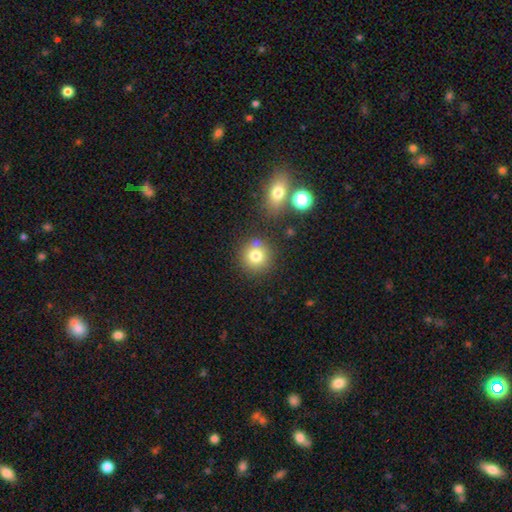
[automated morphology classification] Smooth or featured? Predicted: smooth (p=0.78). How rounded? Predicted: round (p=0.92). Merging? Predicted: none (p=0.75).